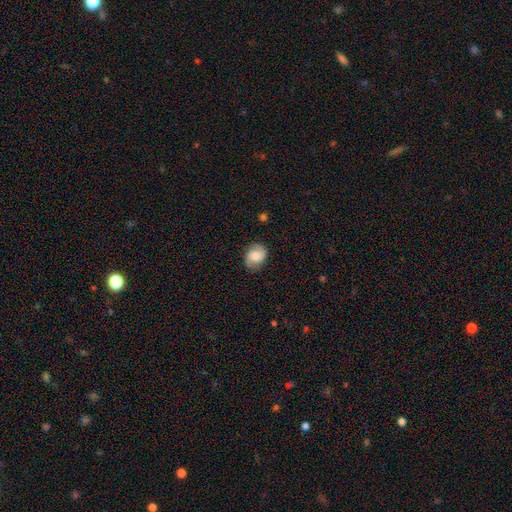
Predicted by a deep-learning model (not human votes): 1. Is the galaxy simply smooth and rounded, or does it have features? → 56% featured or disk, 36% smooth, 8% star or artifact.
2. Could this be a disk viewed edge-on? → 98% no, 2% yes.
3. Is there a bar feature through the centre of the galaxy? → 54% no, 38% weak, 7% strong.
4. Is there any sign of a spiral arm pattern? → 92% yes, 8% no.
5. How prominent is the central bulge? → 48% moderate, 25% small, 15% large, 9% none, 2% dominant.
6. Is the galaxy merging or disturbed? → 79% none, 15% minor disturbance, 4% major disturbance, 1% merger.